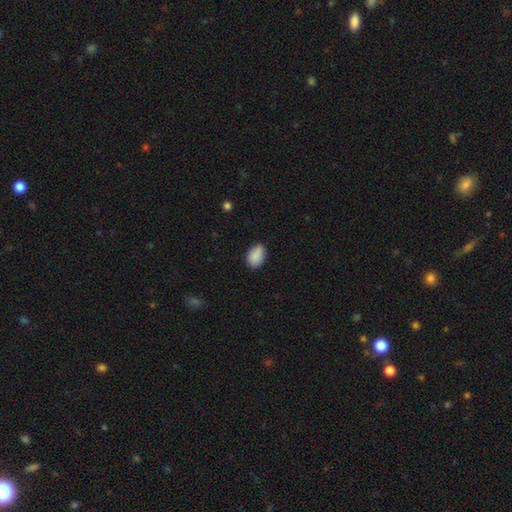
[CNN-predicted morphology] The model was most divided on "merging": none: 76%, minor disturbance: 19%, major disturbance: 3%, merger: 1%. More confident: smooth or featured — smooth (89%); how rounded — in between (84%).